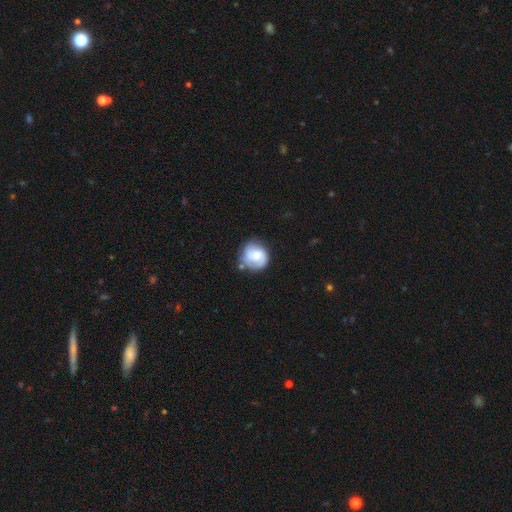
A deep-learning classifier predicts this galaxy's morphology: Overall: featured or disk (60%; smooth 33%). Edge-on disk: no (98%). Bar: no (57%; weak 37%). Spiral arms: yes (88%). Spiral arm count: 2 (62%). Spiral winding: tight (47%; medium 37%). Bulge size: moderate (48%; small 37%). Merging: none (67%).